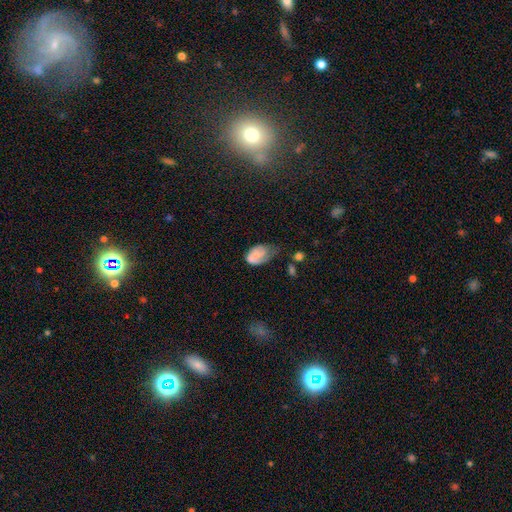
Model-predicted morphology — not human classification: Smooth or featured: smooth — 60% (featured or disk — 32%)
How rounded: in between — 87% (round — 11%)
Merging: minor disturbance — 38% (major disturbance — 30%)